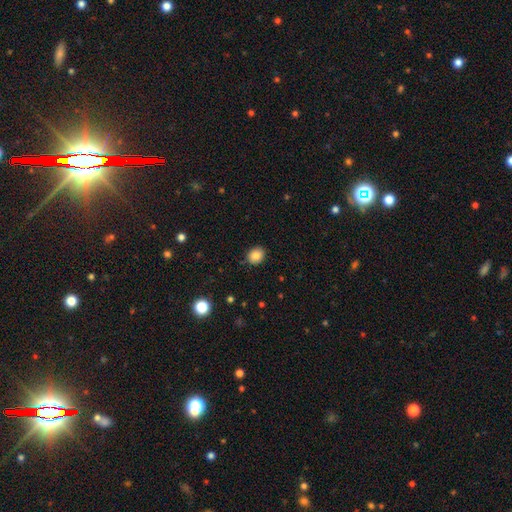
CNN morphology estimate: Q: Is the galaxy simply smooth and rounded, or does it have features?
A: smooth — 85%.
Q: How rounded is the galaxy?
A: round — 61%.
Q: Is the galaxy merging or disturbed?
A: none — 88%.